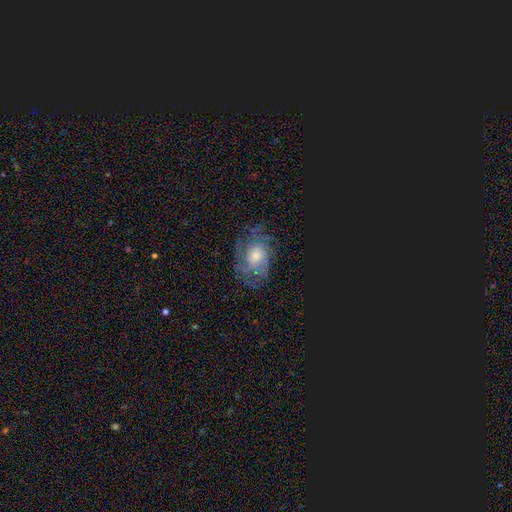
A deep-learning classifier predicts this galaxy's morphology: A featured or disk galaxy (66%) with no bar (78%), tight (59%) spiral arms (88%) and a moderate central bulge (53%).

Vote fractions:
- Smooth or featured? featured or disk: 66% / star or artifact: 17% / smooth: 17%
- Edge-on disk? no: 96% / yes: 4%
- Bar? no: 78% / weak: 18% / strong: 4%
- Spiral arms? yes: 88% / no: 12%
- Spiral winding? tight: 59% / medium: 31% / loose: 10%
- Spiral arm count? can't tell: 48% / 3: 13% / 2: 12% / 4: 11% / more than 4: 9% / 1: 7%
- Bulge size? moderate: 53% / small: 24% / large: 17% / none: 3% / dominant: 2%
- Merging? none: 72% / minor disturbance: 17% / major disturbance: 10% / merger: 1%